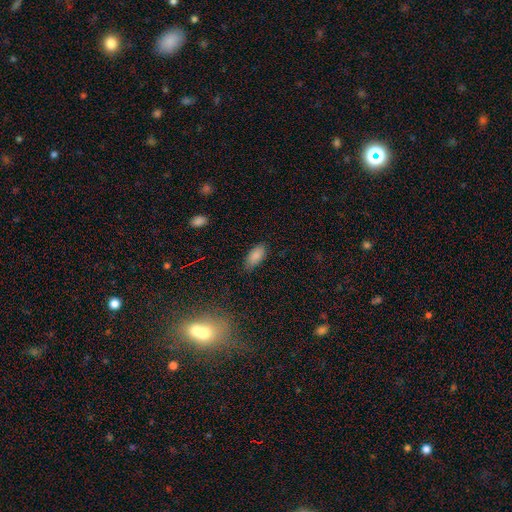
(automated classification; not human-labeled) This appears to be a smooth galaxy with no disk features (86%) that is in between round and cigar-shaped (90%). Merging: none (77%).